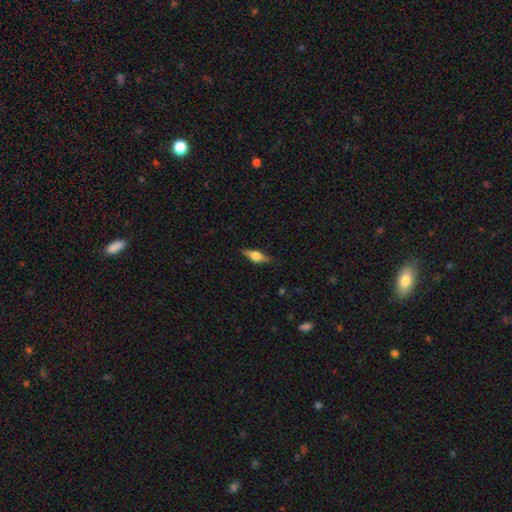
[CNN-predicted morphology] featured or disk 48%, smooth 45%, star or artifact 7%. Down the decision tree: merging — none (84%).